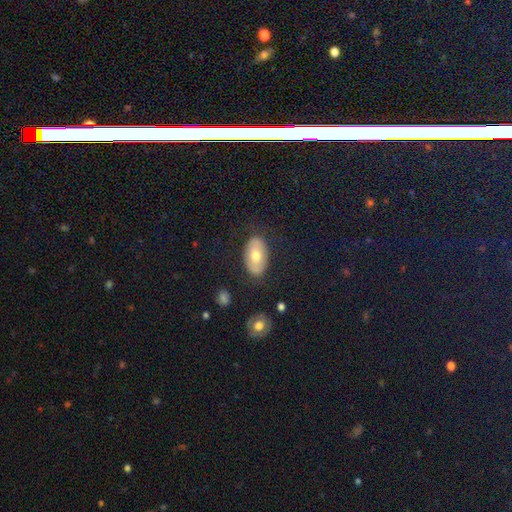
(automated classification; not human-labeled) This appears to be a smooth galaxy with no disk features (62%) that is in between round and cigar-shaped (91%). Merging: none (78%).